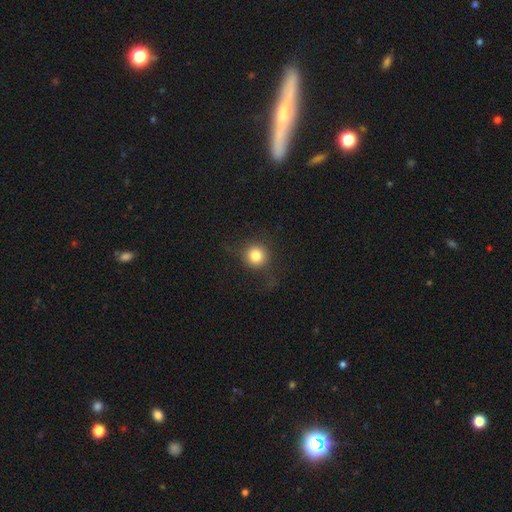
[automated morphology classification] Smooth or featured? smooth (79%)
How rounded? round (93%)
Merging? none (79%)